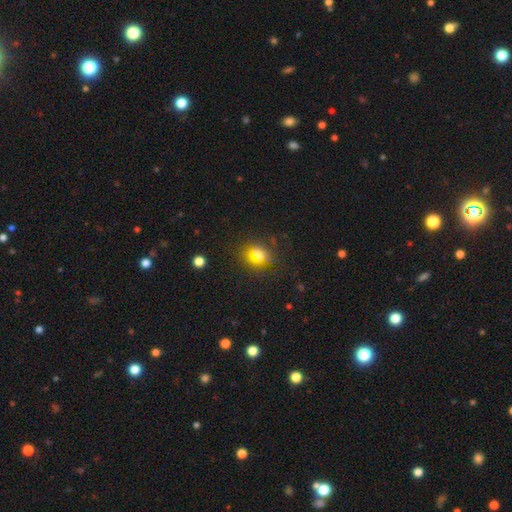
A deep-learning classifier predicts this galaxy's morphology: This appears to be a smooth galaxy with no disk features (67%) that is round (64%). Merging: none (77%).